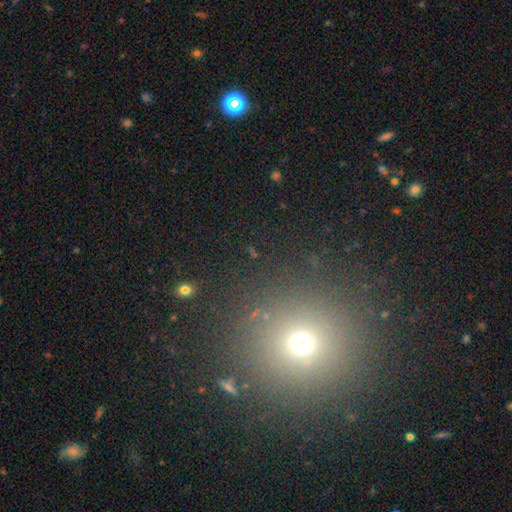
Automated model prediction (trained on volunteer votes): This appears to be a smooth galaxy with no disk features (54%) that is round (93%). Merging: none (89%).